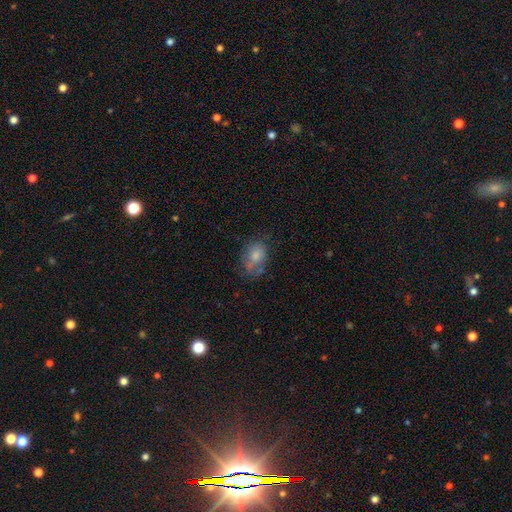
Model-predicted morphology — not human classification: Smooth or featured? smooth (72%)
How rounded? in between (72%)
Merging? none (50%)